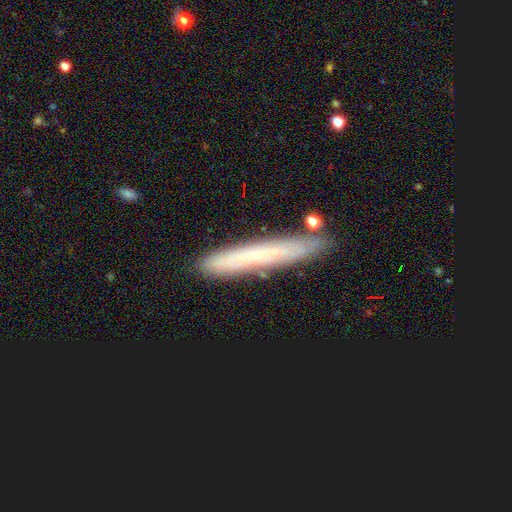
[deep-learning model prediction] Q: Smooth or featured?
A: smooth (50%); runner-up: featured or disk (36%)
Q: Merging?
A: none (86%); runner-up: minor disturbance (10%)